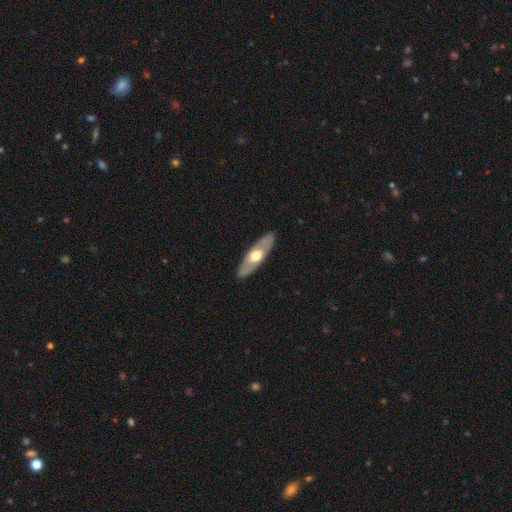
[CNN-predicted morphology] This is possibly a featured or disk galaxy (56%). It is possibly not viewed edge-on (60%). Merging: clearly none (88%).